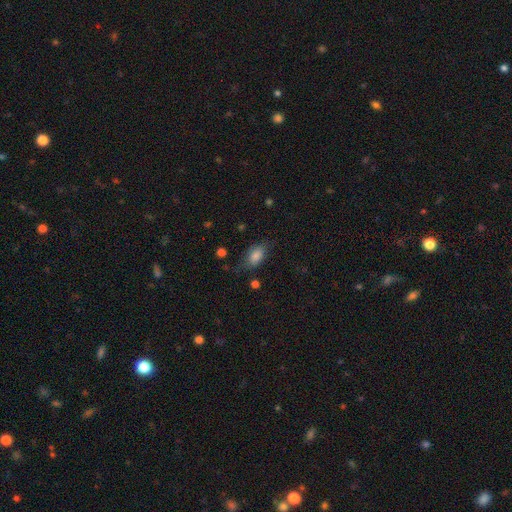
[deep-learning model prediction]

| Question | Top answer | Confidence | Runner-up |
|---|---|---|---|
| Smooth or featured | smooth | 81% | featured or disk (11%) |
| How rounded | in between | 90% | round (6%) |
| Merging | none | 64% | minor disturbance (26%) |